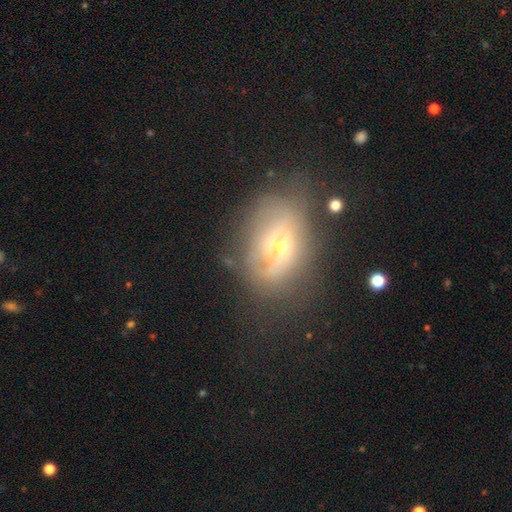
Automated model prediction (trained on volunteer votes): Smooth or featured?
  - featured or disk: 48% *
  - smooth: 35%
  - star or artifact: 16%
Merging?
  - none: 57% *
  - minor disturbance: 23%
  - major disturbance: 16%
  - merger: 3%